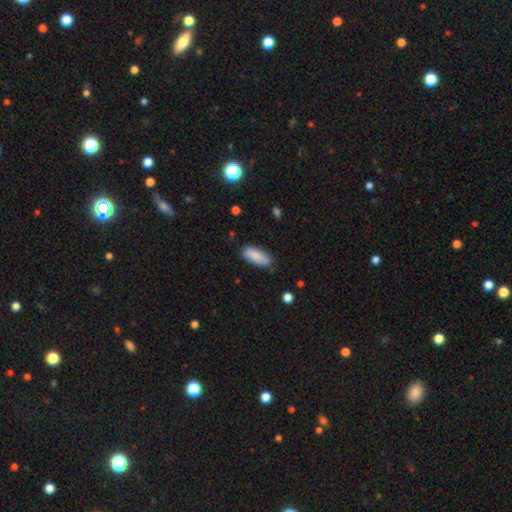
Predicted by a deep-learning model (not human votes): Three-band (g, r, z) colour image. It shows a smooth galaxy with no disk features (85%) that is in between round and cigar-shaped (82%). Merging: none (76%).